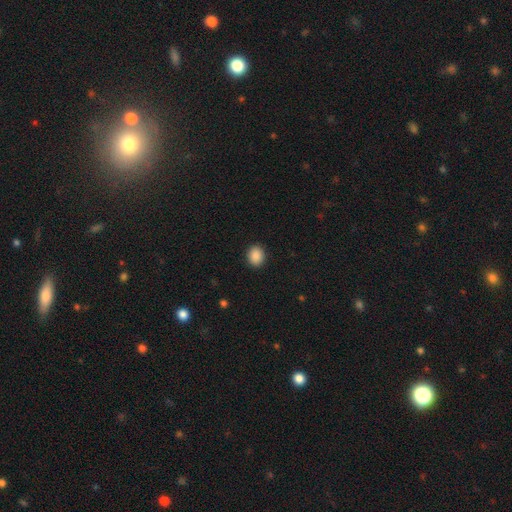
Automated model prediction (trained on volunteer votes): smooth-or-featured: smooth: 89% | star or artifact: 8% | featured or disk: 3%
  how-rounded: round: 59% | in between: 40% | cigar-shaped: 1%
  merging: none: 91% | minor disturbance: 6% | major disturbance: 2% | merger: 1%